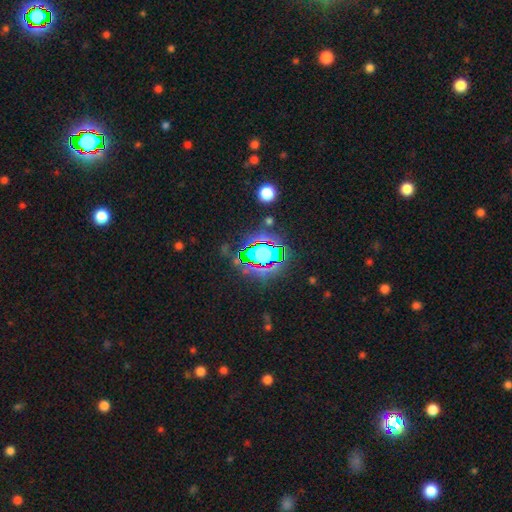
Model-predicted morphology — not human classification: Smooth or featured? Predicted: star or artifact (p=0.79).